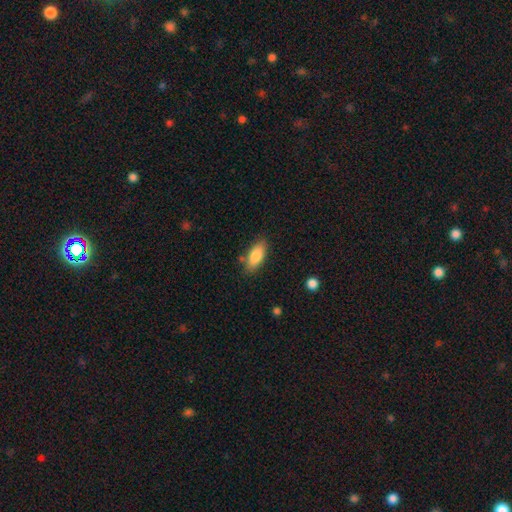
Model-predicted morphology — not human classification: This is clearly a smooth galaxy (84%). How rounded: clearly in between (81%). Merging: likely none (79%).